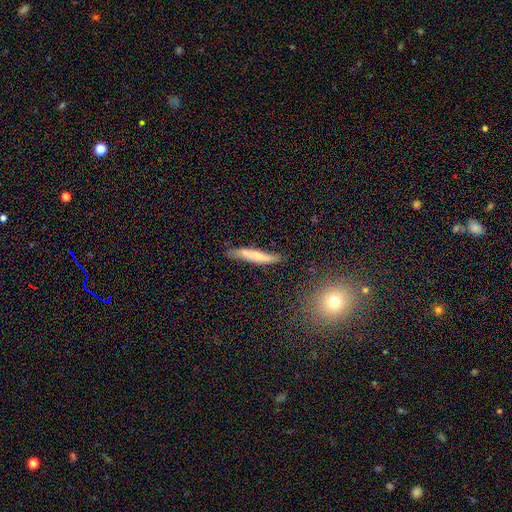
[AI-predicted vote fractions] A smooth galaxy with no disk features (62%) that is cigar-shaped (92%). Merging: none (74%).